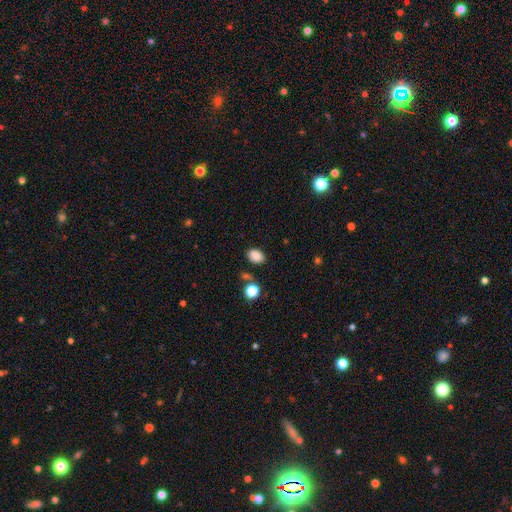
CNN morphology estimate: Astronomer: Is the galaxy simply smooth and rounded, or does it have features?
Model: smooth — 85%.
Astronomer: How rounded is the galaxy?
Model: in between — 77%.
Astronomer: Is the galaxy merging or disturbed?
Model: none — 79%.